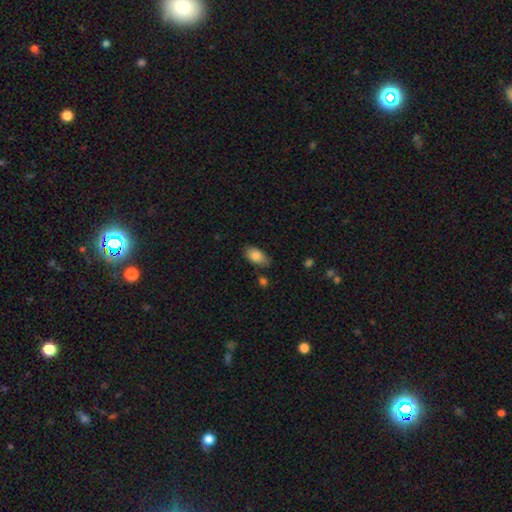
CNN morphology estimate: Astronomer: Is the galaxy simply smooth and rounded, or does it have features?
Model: smooth — 83%.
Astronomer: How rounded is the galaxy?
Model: in between — 92%.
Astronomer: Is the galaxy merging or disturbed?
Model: none — 69%.